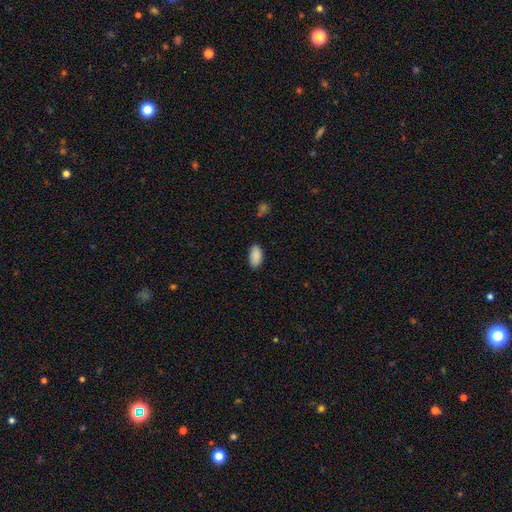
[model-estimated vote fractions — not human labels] smooth 90%, star or artifact 7%, featured or disk 3%. Down the decision tree: how rounded — in between (95%); merging — none (85%).